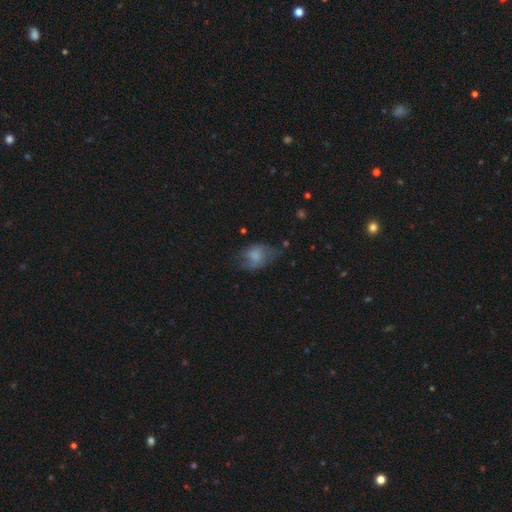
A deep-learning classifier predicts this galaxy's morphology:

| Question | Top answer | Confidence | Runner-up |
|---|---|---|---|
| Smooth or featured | smooth | 64% | featured or disk (27%) |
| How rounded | in between | 79% | round (20%) |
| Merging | none | 41% | minor disturbance (33%) |